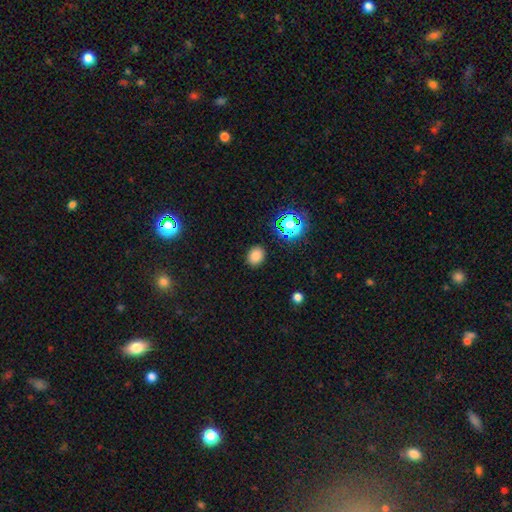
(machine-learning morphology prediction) This appears to be a smooth galaxy with no disk features (79%) that is round (54%). Merging: none (88%).